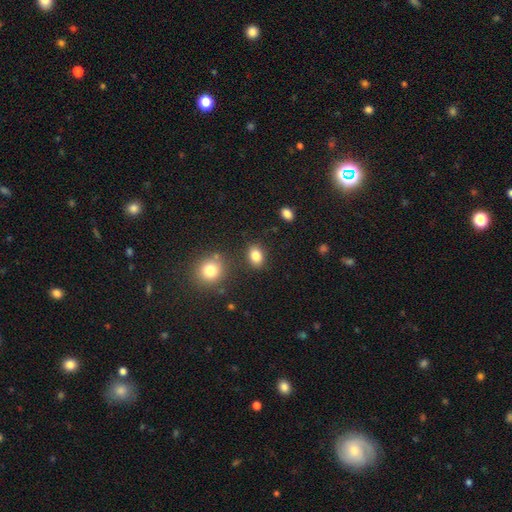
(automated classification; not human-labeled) smooth_or_featured: smooth (p=0.84) [alt: star or artifact p=0.10]
how_rounded: in between (p=0.72) [alt: round p=0.27]
merging: none (p=0.81) [alt: minor disturbance p=0.11]